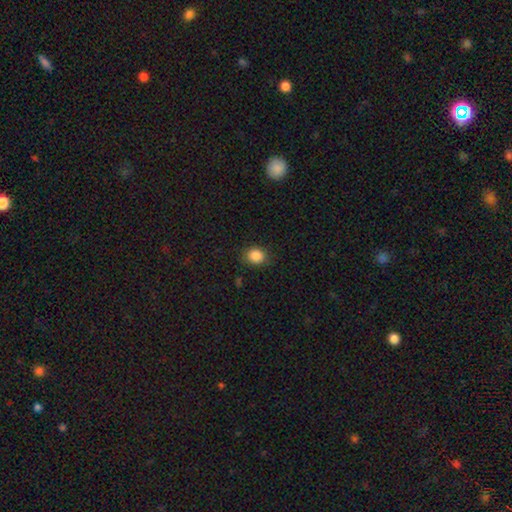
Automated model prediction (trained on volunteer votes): A smooth galaxy with no disk features (87%) that is round (67%).

Vote fractions:
- Smooth or featured? smooth: 87% / star or artifact: 10% / featured or disk: 3%
- How rounded? round: 67% / in between: 32% / cigar-shaped: 1%
- Merging? none: 84% / minor disturbance: 11% / major disturbance: 3% / merger: 1%